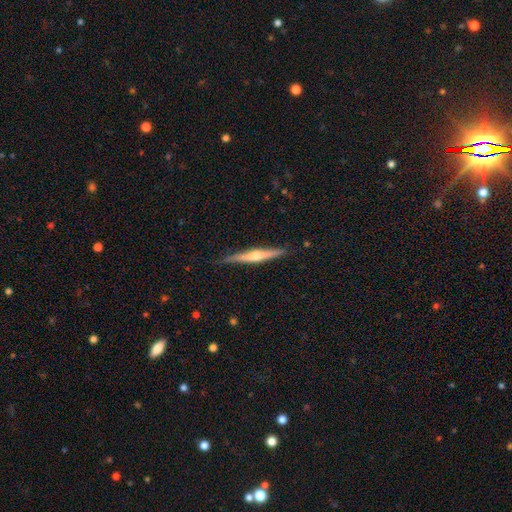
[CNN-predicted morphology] type=featured or disk (68%); edge-on=yes (98%); edge-on bulge=rounded (84%); merging=none (86%).